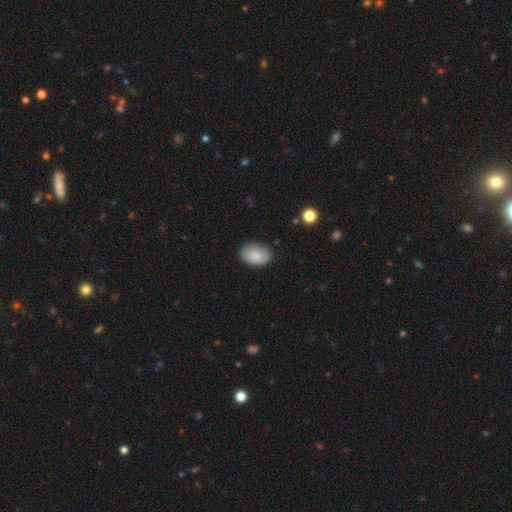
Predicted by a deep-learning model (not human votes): Morphology: type=smooth (86%); roundness=in between (87%); merging=none (84%).